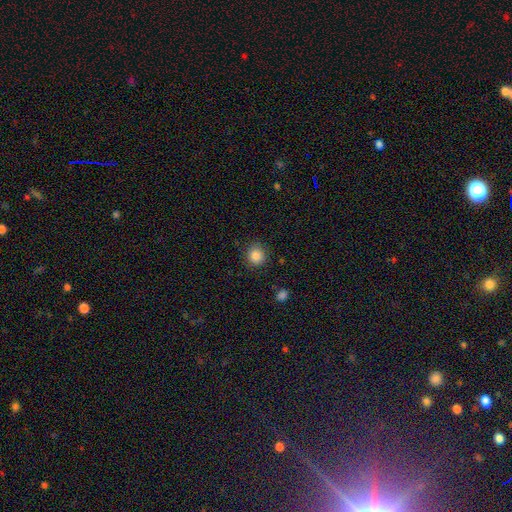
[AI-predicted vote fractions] smooth_or_featured: smooth (p=0.86) [alt: star or artifact p=0.10]
how_rounded: round (p=0.88) [alt: in between p=0.11]
merging: none (p=0.86) [alt: minor disturbance p=0.10]